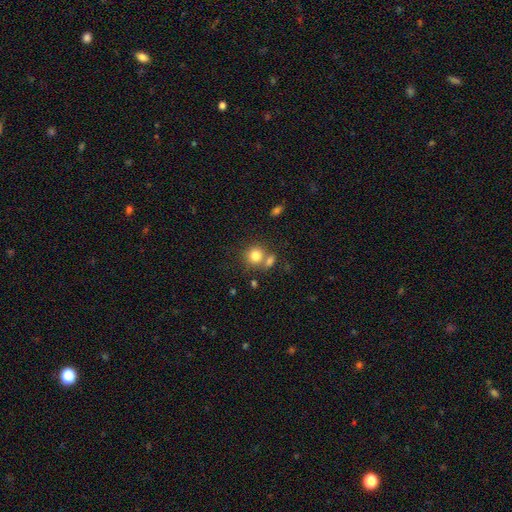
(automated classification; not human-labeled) This is clearly a smooth galaxy (80%). How rounded: clearly round (85%). Merging: possibly none (56%).